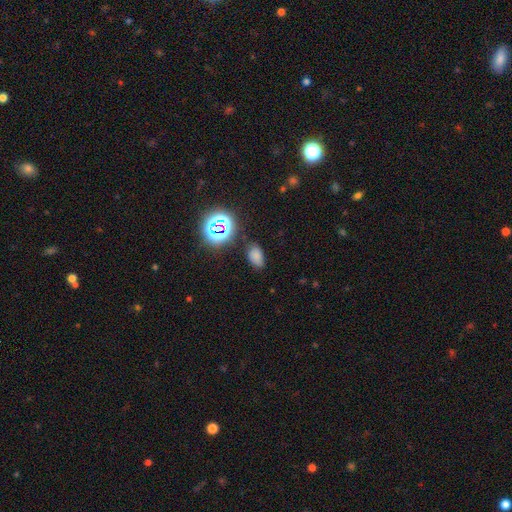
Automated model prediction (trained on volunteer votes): This is likely a smooth galaxy (68%). How rounded: clearly in between (87%). Merging: likely none (76%).